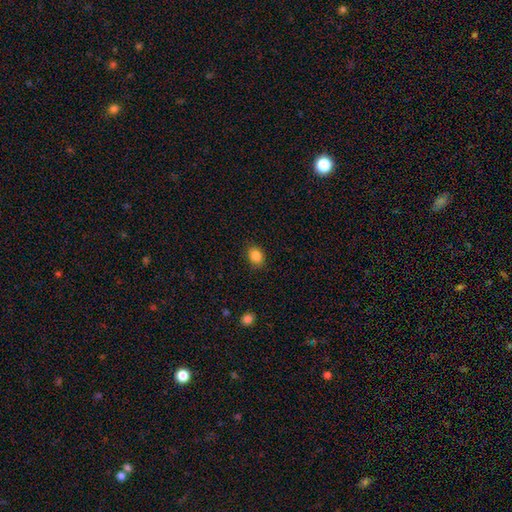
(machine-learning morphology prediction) type=smooth (86%); roundness=in between (67%); merging=none (86%).